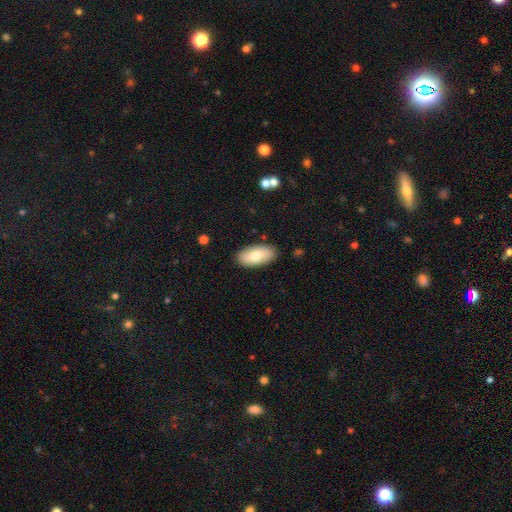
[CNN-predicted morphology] A smooth galaxy with no disk features (73%) that is in between round and cigar-shaped (93%).

Vote fractions:
- Smooth or featured? smooth: 73% / featured or disk: 21% / star or artifact: 6%
- How rounded? in between: 93% / cigar-shaped: 4% / round: 3%
- Merging? none: 88% / minor disturbance: 9% / major disturbance: 2% / merger: 1%